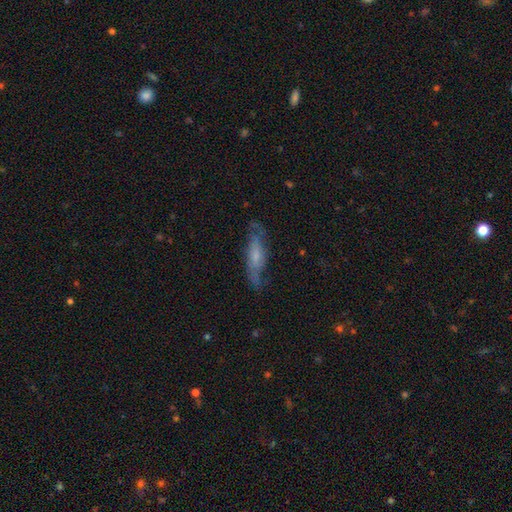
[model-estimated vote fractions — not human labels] This appears to be a featured or disk galaxy (58%). Merging: none (66%).